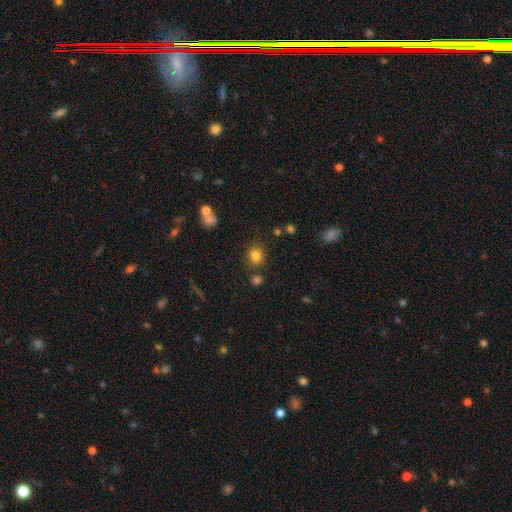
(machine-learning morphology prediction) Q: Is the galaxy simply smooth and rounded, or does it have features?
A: smooth — 81%.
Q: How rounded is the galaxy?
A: round — 83%.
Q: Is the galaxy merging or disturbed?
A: none — 82%.